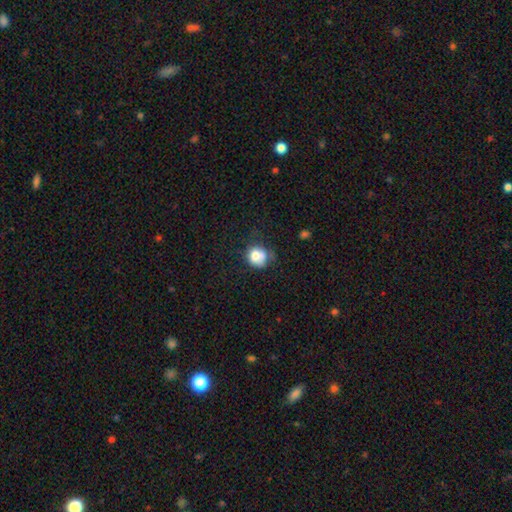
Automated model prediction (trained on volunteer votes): A smooth galaxy with no disk features (76%) that is round (74%).

Vote fractions:
- Smooth or featured? smooth: 76% / featured or disk: 14% / star or artifact: 10%
- How rounded? round: 74% / in between: 25% / cigar-shaped: 1%
- Merging? none: 45% / minor disturbance: 28% / merger: 15% / major disturbance: 13%